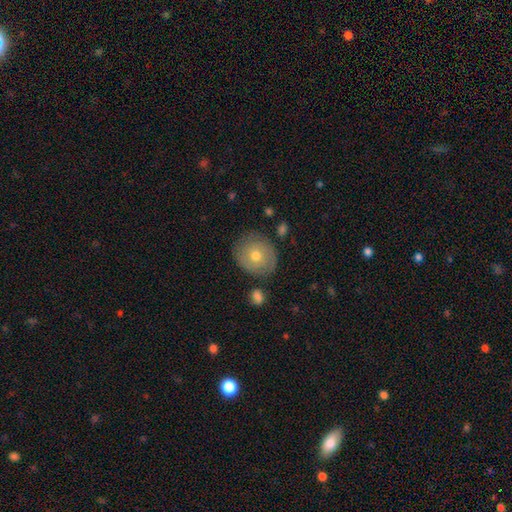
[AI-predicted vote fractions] Overall: smooth (58%; featured or disk 35%). How rounded: round (78%). Merging: none (78%).